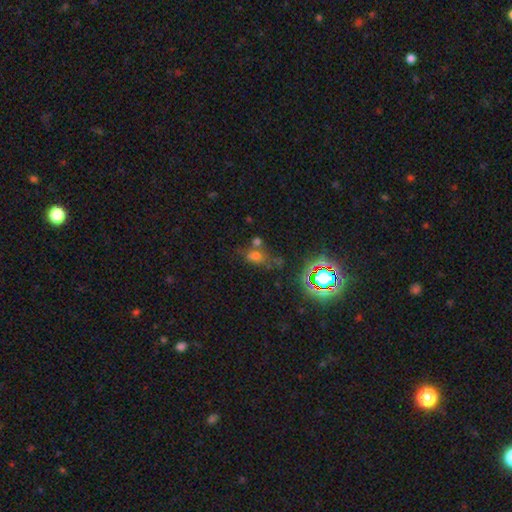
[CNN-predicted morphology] Smooth or featured? smooth (54%)
How rounded? in between (56%)
Merging? none (43%)